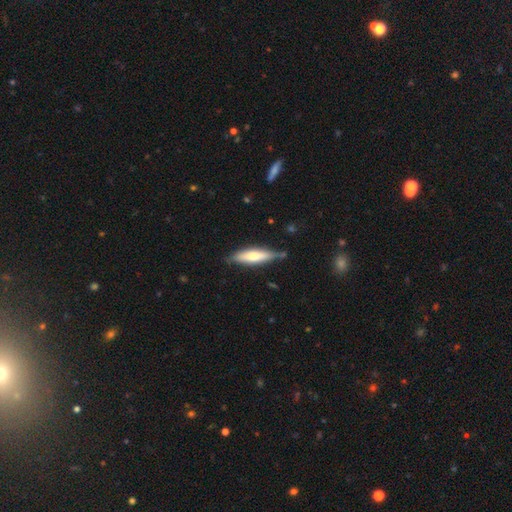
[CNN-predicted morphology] smooth 54%, featured or disk 41%, star or artifact 5%. Down the decision tree: how rounded — cigar-shaped (69%); merging — none (73%).